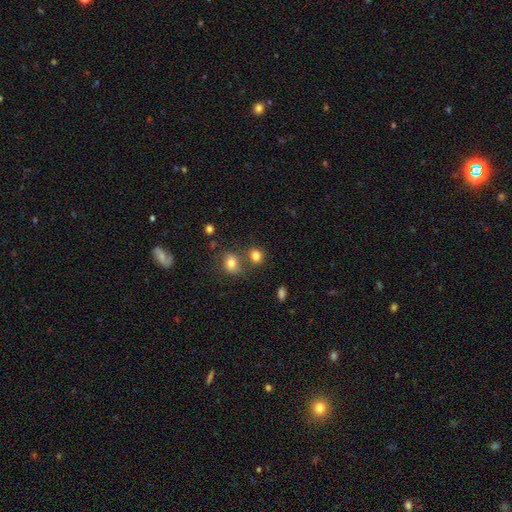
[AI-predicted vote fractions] Morphology: type=smooth (80%); roundness=round (60%); merging=none (56%).